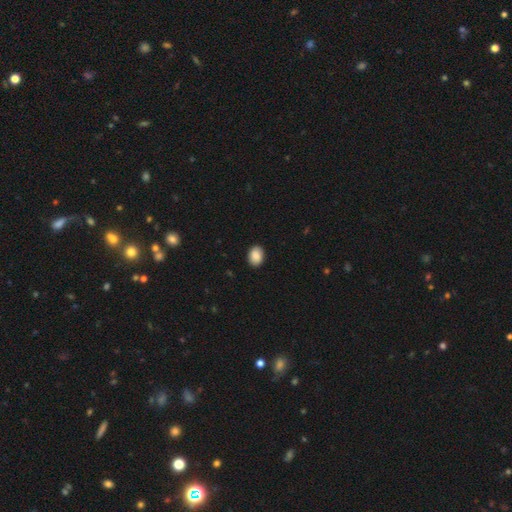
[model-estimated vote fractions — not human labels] Smooth or featured?
  - smooth: 90% *
  - star or artifact: 7%
  - featured or disk: 3%
How rounded?
  - in between: 71% *
  - round: 29%
  - cigar-shaped: 1%
Merging?
  - none: 90% *
  - minor disturbance: 7%
  - major disturbance: 2%
  - merger: 1%